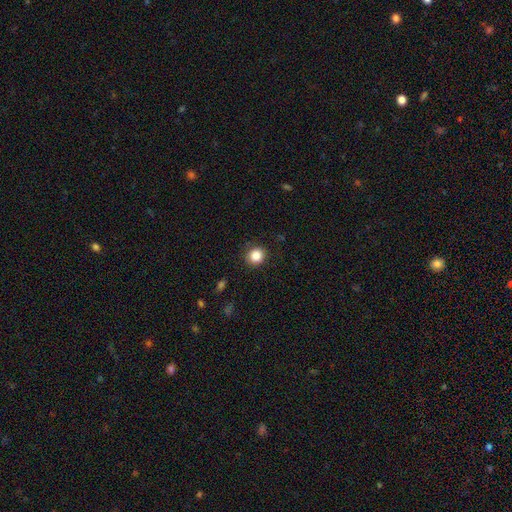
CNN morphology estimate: Smooth or featured: smooth — 86% (star or artifact — 10%)
How rounded: round — 85% (in between — 15%)
Merging: none — 89% (minor disturbance — 8%)